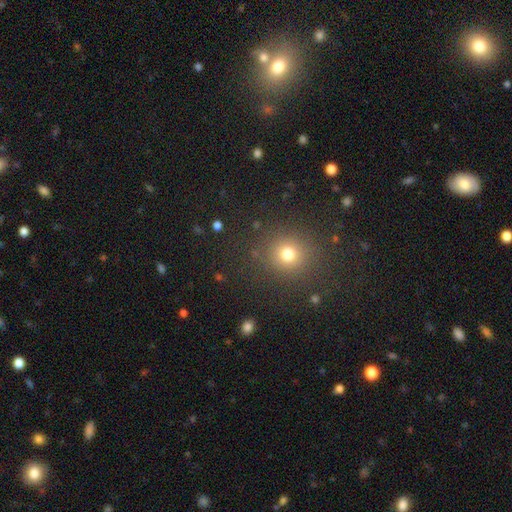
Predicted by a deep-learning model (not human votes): smooth-or-featured: smooth: 57% | star or artifact: 37% | featured or disk: 6%
  how-rounded: round: 87% | in between: 12% | cigar-shaped: 1%
  merging: none: 89% | minor disturbance: 6% | major disturbance: 3% | merger: 2%